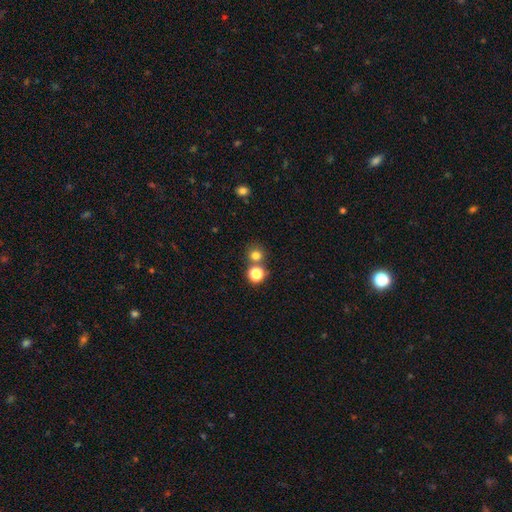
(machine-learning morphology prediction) smooth-or-featured: smooth: 76% | star or artifact: 17% | featured or disk: 7%
  how-rounded: round: 87% | in between: 12% | cigar-shaped: 1%
  merging: none: 66% | merger: 24% | minor disturbance: 7% | major disturbance: 3%